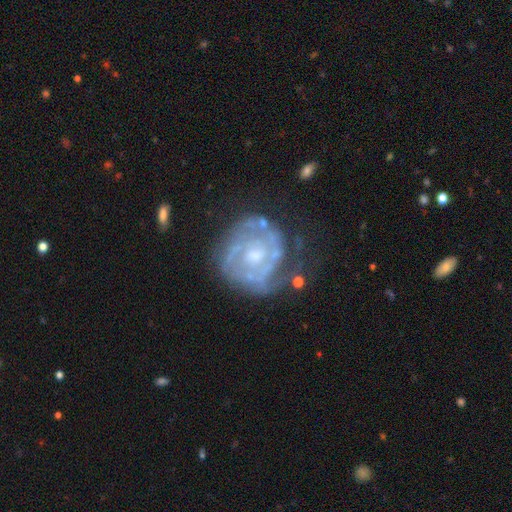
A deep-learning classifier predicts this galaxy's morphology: A featured or disk galaxy (82%) with no bar (70%), tight (64%) spiral arms (78%) and a moderate central bulge (51%). Merging: none (61%).